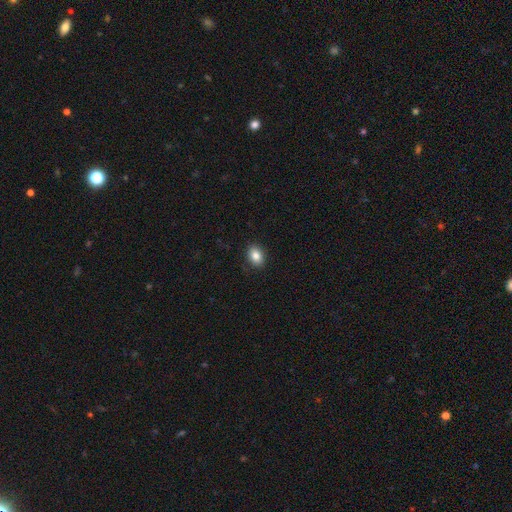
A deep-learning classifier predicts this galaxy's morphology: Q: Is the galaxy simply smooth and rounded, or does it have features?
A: smooth — 84%.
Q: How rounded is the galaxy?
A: in between — 69%.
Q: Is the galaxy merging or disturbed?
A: none — 89%.